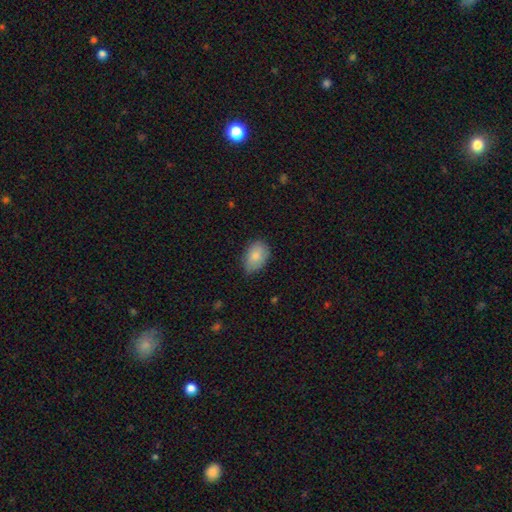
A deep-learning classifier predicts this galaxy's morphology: smooth 83%, featured or disk 10%, star or artifact 7%. Down the decision tree: how rounded — in between (86%); merging — none (64%).